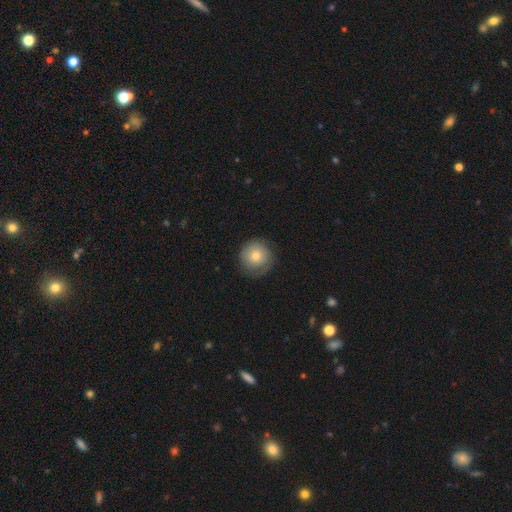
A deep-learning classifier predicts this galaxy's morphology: Q: Smooth or featured?
A: smooth (70%); runner-up: featured or disk (22%)
Q: How rounded?
A: round (95%); runner-up: in between (4%)
Q: Merging?
A: none (81%); runner-up: minor disturbance (14%)